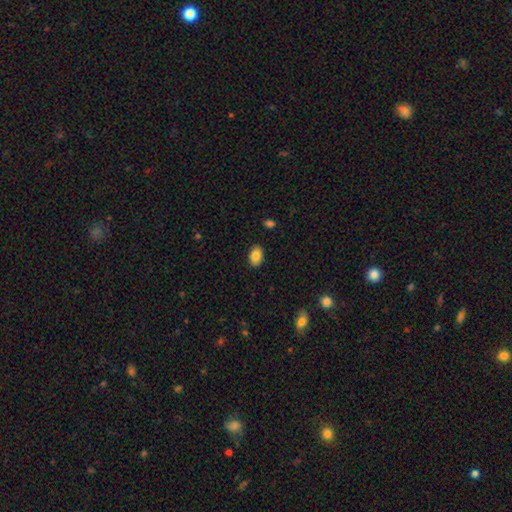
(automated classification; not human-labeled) A smooth galaxy with no disk features (86%) that is in between round and cigar-shaped (86%). Merging: none (88%).